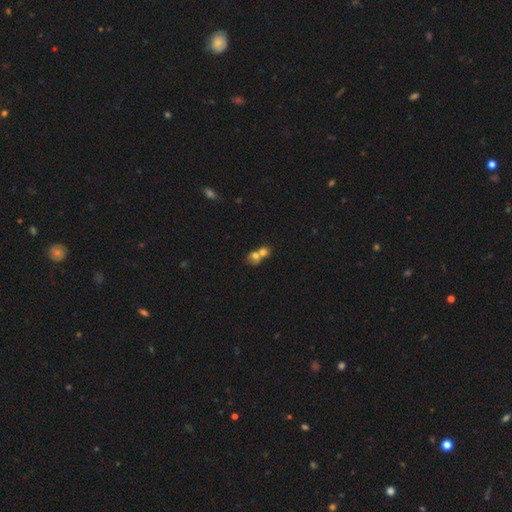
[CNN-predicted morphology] This is likely a smooth galaxy (68%). How rounded: likely round (62%). Merging: likely merger (68%).